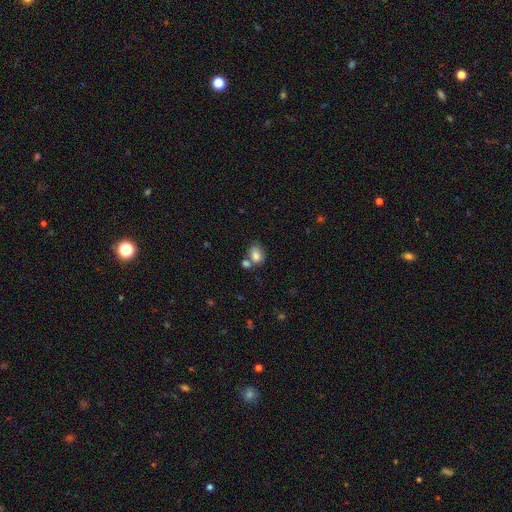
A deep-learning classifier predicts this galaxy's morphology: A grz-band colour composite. It shows a smooth galaxy with no disk features (81%) that is in between round and cigar-shaped (69%). Merging: none (43%).